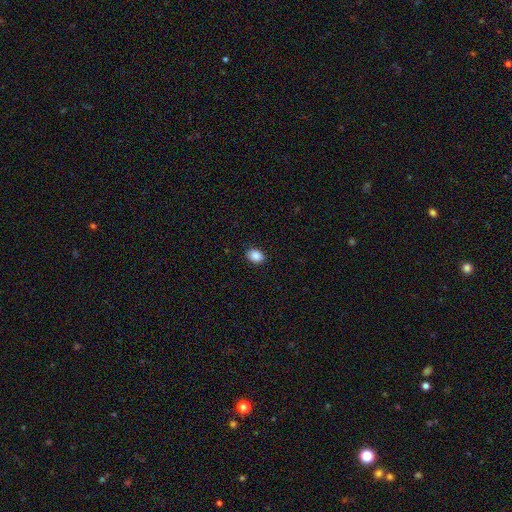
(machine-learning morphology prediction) smooth 89%, star or artifact 8%, featured or disk 3%. Down the decision tree: how rounded — in between (70%); merging — none (89%).